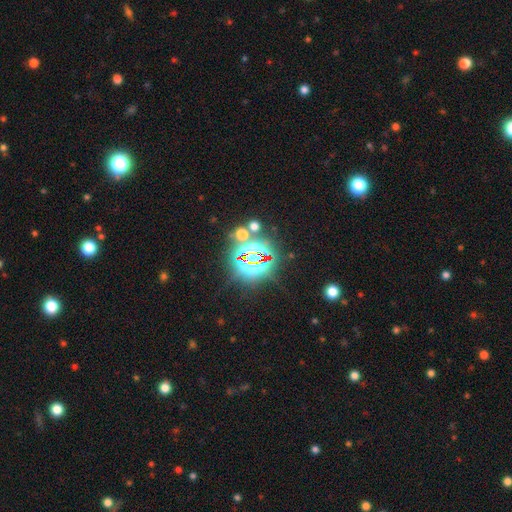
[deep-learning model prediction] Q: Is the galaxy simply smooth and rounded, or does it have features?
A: star or artifact — 77%.